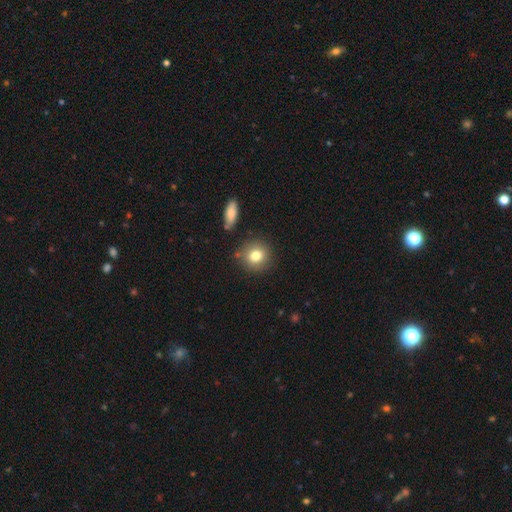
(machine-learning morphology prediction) The model was most divided on "smooth or featured": smooth: 80%, featured or disk: 10%, star or artifact: 10%. More confident: how rounded — round (86%); merging — none (82%).